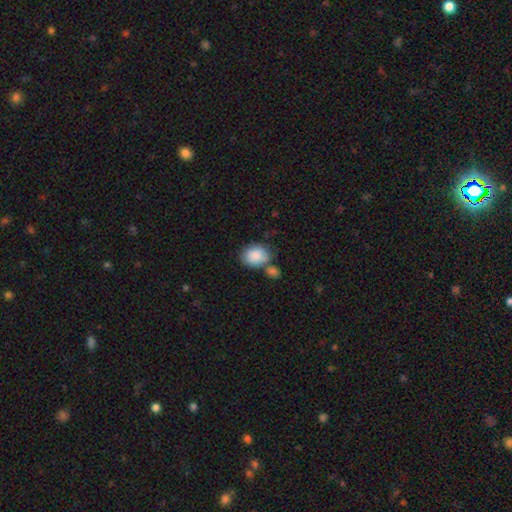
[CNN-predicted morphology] type=smooth (85%); roundness=in between (58%); merging=none (55%).